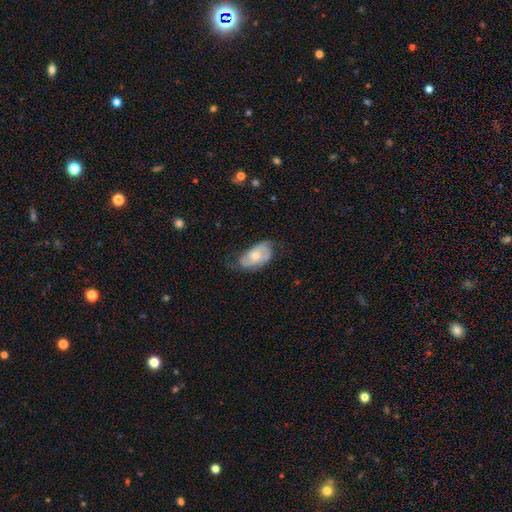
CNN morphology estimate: Smooth or featured: featured or disk — 50% (smooth — 44%)
Merging: none — 60% (minor disturbance — 29%)